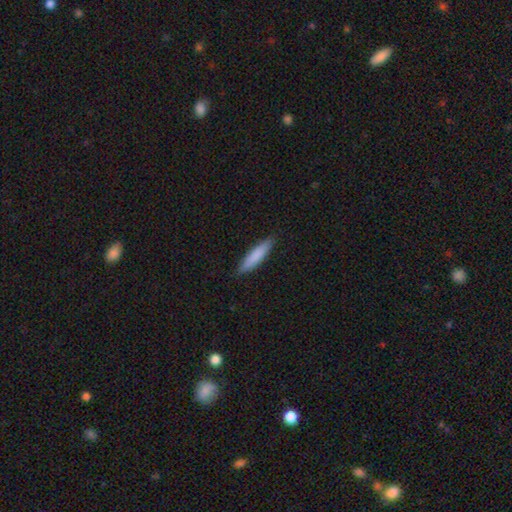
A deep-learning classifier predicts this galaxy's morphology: Overall: smooth (83%). How rounded: cigar-shaped (83%). Merging: none (89%).